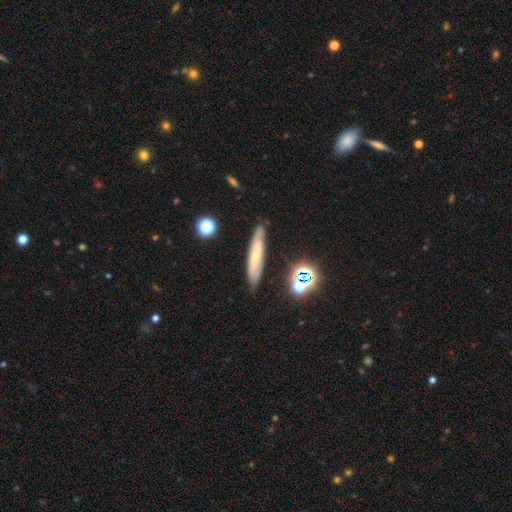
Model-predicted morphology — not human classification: Smooth or featured? Predicted: featured or disk (p=0.46). Merging? Predicted: none (p=0.77).